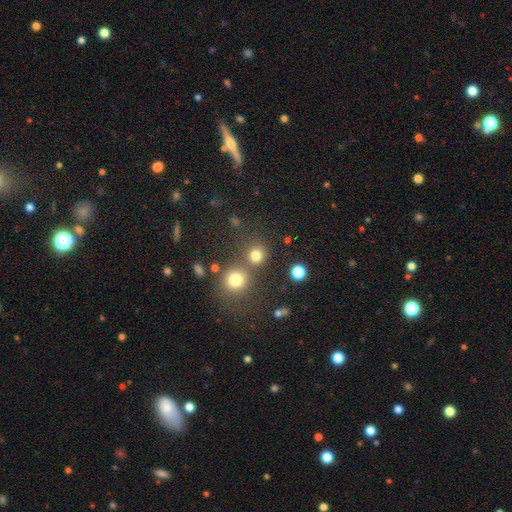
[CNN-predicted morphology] Smooth or featured?
  - smooth: 79% *
  - star or artifact: 15%
  - featured or disk: 6%
How rounded?
  - round: 89% *
  - in between: 10%
  - cigar-shaped: 1%
Merging?
  - none: 69% *
  - merger: 20%
  - minor disturbance: 7%
  - major disturbance: 4%